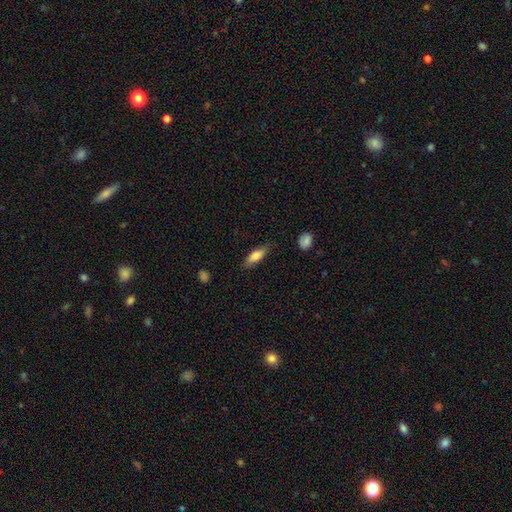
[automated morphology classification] Overall: smooth (72%). How rounded: in between (56%; cigar-shaped 42%). Merging: none (81%).